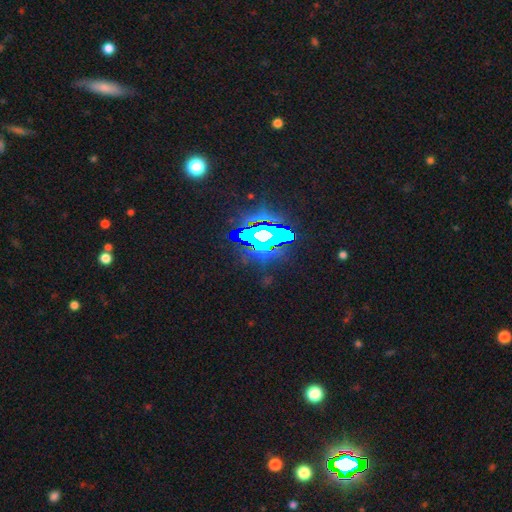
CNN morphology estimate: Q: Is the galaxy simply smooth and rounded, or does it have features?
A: star or artifact — 81%.